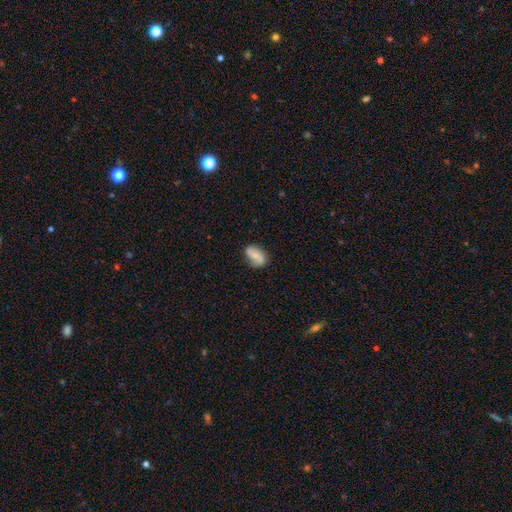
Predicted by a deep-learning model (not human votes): Overall: smooth (53%; featured or disk 39%). How rounded: in between (87%). Merging: none (66%).